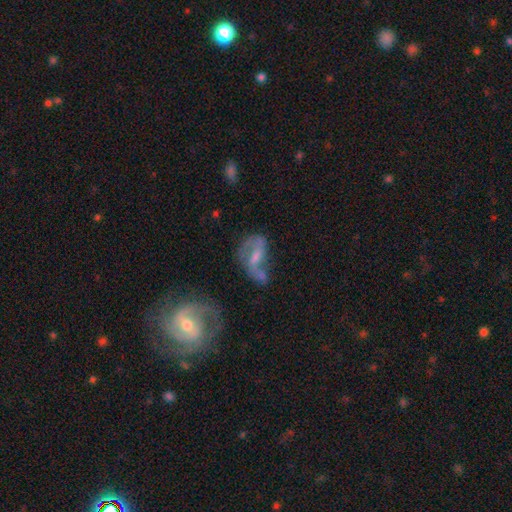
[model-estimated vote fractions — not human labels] Q: Smooth or featured?
A: featured or disk (70%); runner-up: smooth (21%)
Q: Edge-on disk?
A: no (96%); runner-up: yes (4%)
Q: Bar?
A: weak (47%); runner-up: no (29%)
Q: Spiral arms?
A: yes (77%); runner-up: no (23%)
Q: Spiral winding?
A: loose (61%); runner-up: medium (30%)
Q: Spiral arm count?
A: 2 (78%); runner-up: 1 (10%)
Q: Bulge size?
A: small (43%); runner-up: moderate (31%)
Q: Merging?
A: none (31%); runner-up: major disturbance (26%)